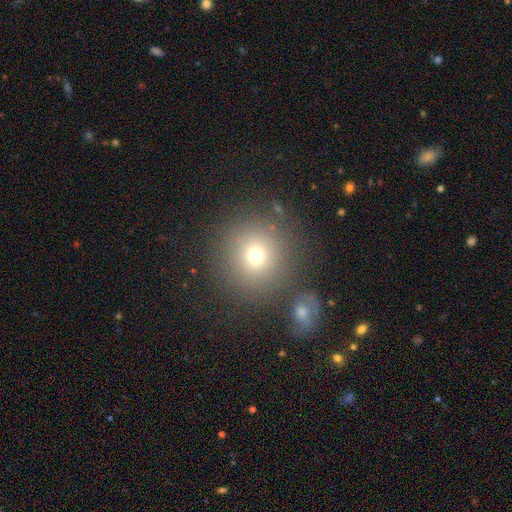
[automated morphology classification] smooth 72%, star or artifact 16%, featured or disk 12%. Down the decision tree: how rounded — round (93%); merging — none (79%).